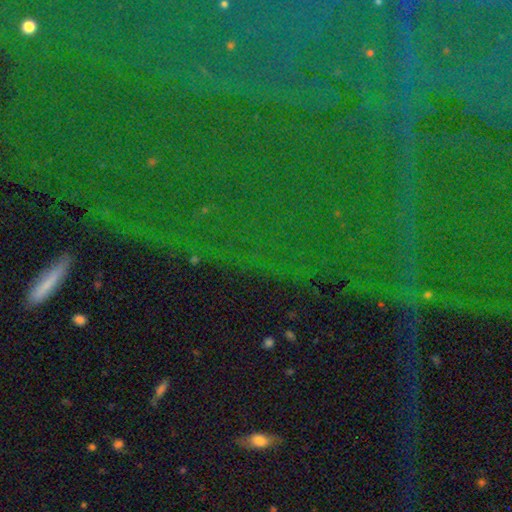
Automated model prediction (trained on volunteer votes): smooth-or-featured: star or artifact: 83% | featured or disk: 9% | smooth: 8%